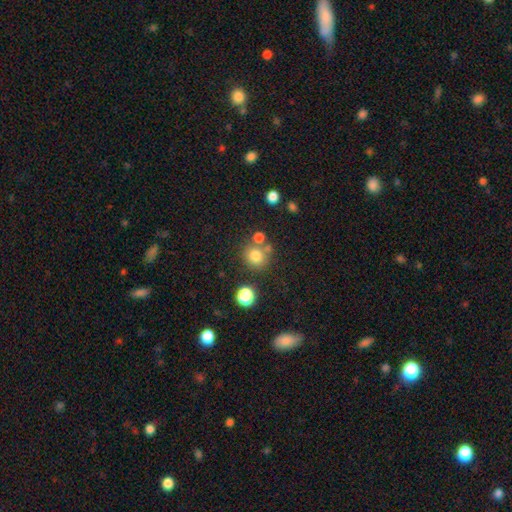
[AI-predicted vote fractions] This appears to be a smooth galaxy with no disk features (77%) that is round (88%). Merging: none (66%).